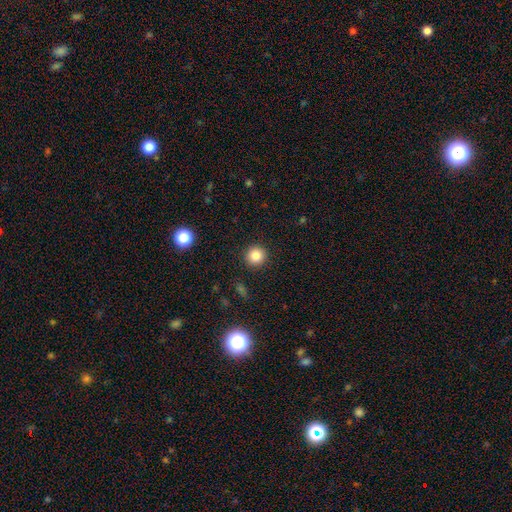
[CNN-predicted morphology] A smooth galaxy with no disk features (83%) that is round (94%).

Vote fractions:
- Smooth or featured? smooth: 83% / star or artifact: 11% / featured or disk: 6%
- How rounded? round: 94% / in between: 5% / cigar-shaped: 1%
- Merging? none: 92% / minor disturbance: 5% / major disturbance: 2% / merger: 1%